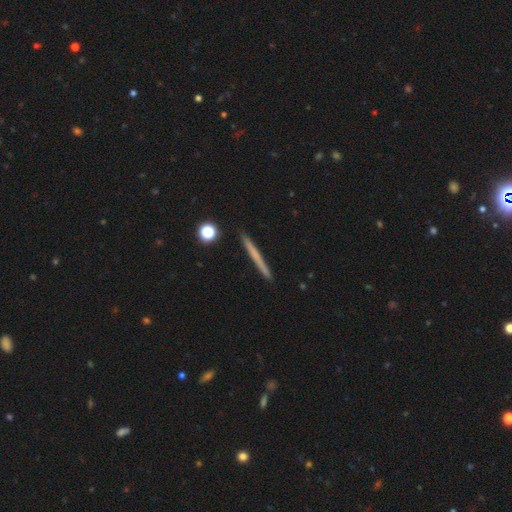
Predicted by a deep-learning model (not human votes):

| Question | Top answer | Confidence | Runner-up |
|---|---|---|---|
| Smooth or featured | smooth | 55% | featured or disk (39%) |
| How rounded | cigar-shaped | 96% | in between (2%) |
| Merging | none | 92% | minor disturbance (6%) |